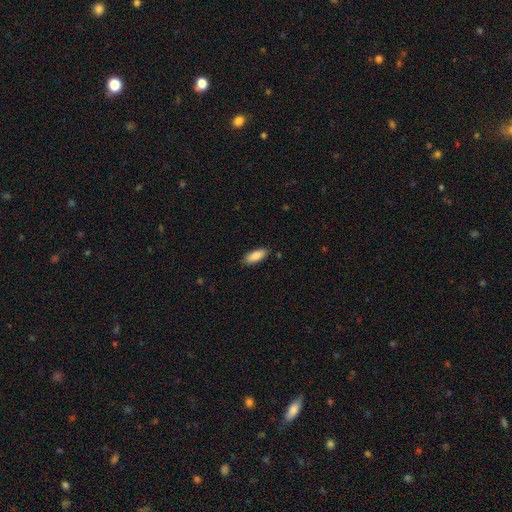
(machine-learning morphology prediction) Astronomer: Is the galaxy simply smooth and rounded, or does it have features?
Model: smooth — 87%.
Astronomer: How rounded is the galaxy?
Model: in between — 76%.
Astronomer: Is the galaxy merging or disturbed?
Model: none — 86%.